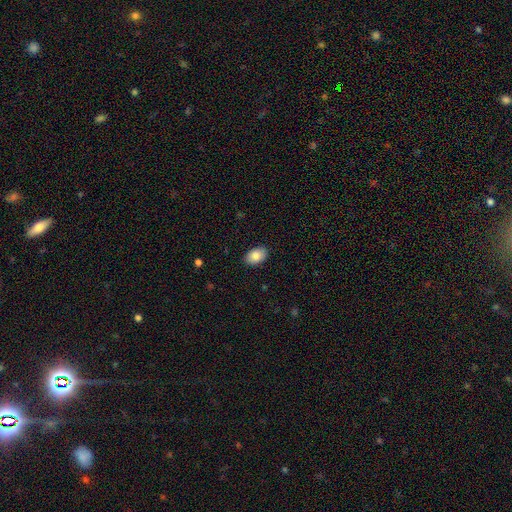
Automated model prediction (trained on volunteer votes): smooth 84%, featured or disk 9%, star or artifact 7%. Down the decision tree: how rounded — in between (90%); merging — none (89%).